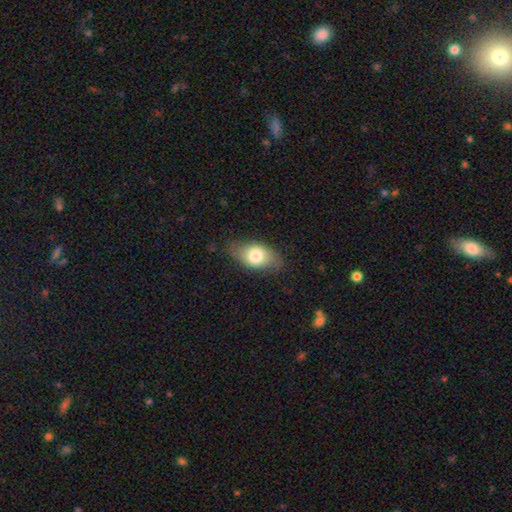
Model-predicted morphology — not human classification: Overall: smooth (75%). How rounded: in between (86%). Merging: none (75%).